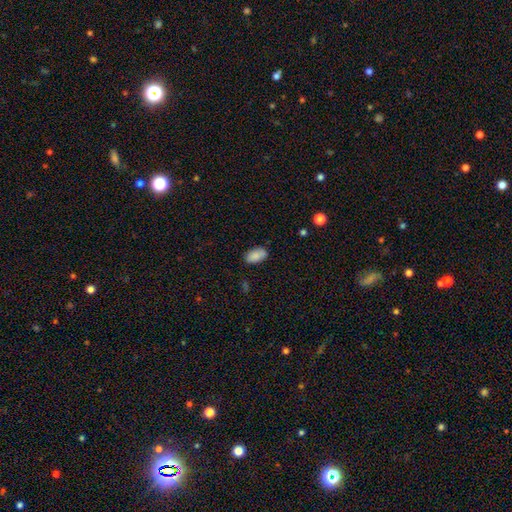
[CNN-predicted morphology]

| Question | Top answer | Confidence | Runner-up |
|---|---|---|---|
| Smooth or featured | smooth | 87% | star or artifact (7%) |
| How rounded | in between | 94% | round (4%) |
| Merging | none | 81% | minor disturbance (14%) |